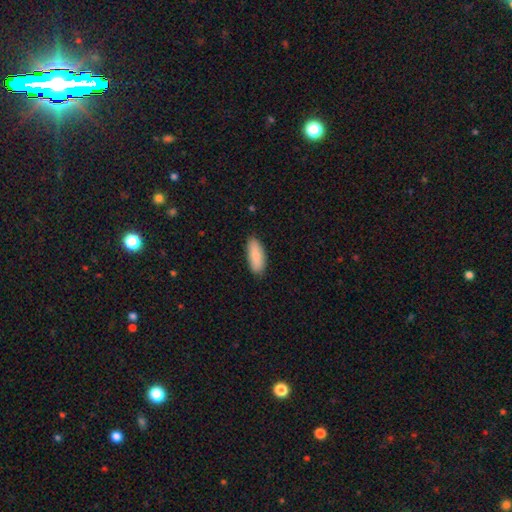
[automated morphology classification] type=smooth (84%); roundness=in between (77%); merging=none (87%).